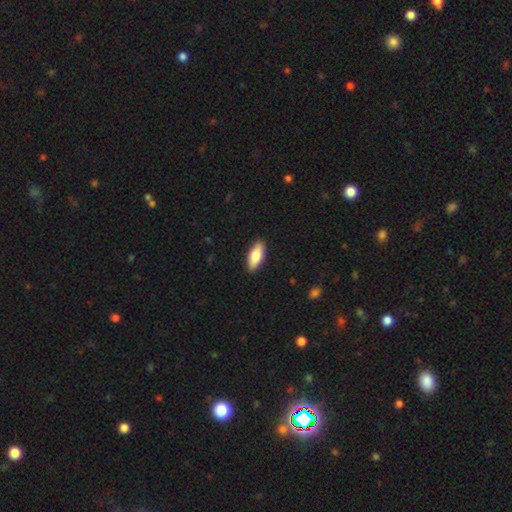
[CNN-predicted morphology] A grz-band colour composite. It shows a smooth galaxy with no disk features (79%) that is in between round and cigar-shaped (78%). Merging: none (90%).